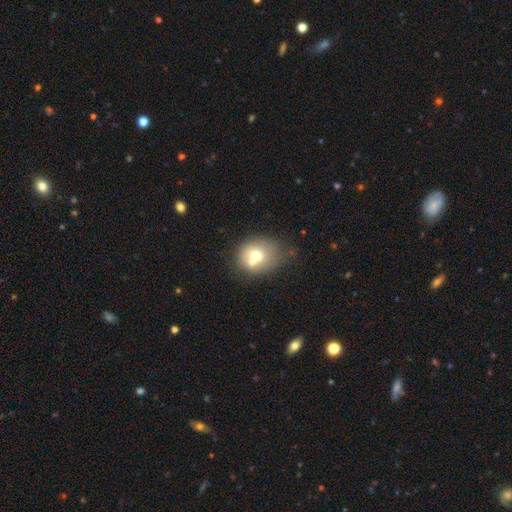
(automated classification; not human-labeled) Overall: smooth (66%). How rounded: round (58%; in between 41%). Merging: none (42%; merger 37%).